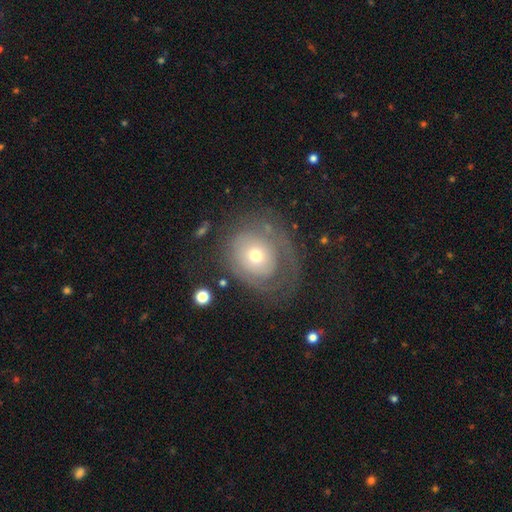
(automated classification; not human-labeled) Smooth or featured?
  - featured or disk: 56% *
  - smooth: 35%
  - star or artifact: 9%
Edge-on disk?
  - no: 95% *
  - yes: 5%
Bar?
  - no: 86% *
  - weak: 11%
  - strong: 3%
Spiral arms?
  - yes: 55% *
  - no: 45%
Bulge size?
  - moderate: 54% *
  - small: 38%
  - large: 5%
  - dominant: 1%
  - none: 1%
Merging?
  - none: 55% *
  - major disturbance: 22%
  - minor disturbance: 21%
  - merger: 2%